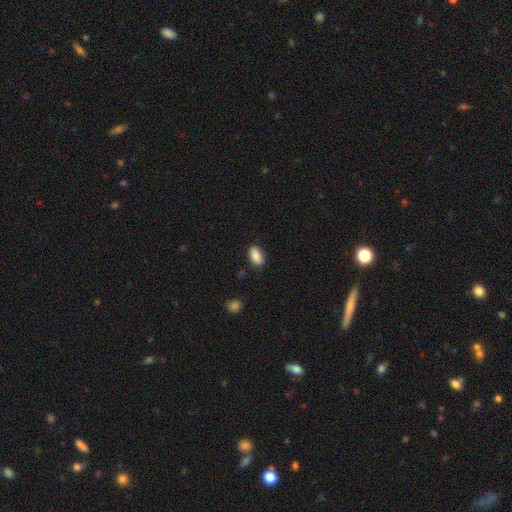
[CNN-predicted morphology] smooth-or-featured: smooth: 86% | star or artifact: 7% | featured or disk: 7%
  how-rounded: in between: 93% | round: 4% | cigar-shaped: 3%
  merging: none: 84% | minor disturbance: 12% | major disturbance: 2% | merger: 2%